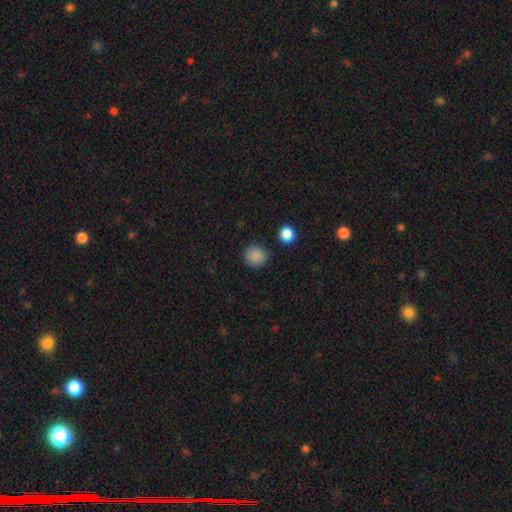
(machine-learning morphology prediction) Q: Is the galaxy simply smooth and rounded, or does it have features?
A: smooth — 87%.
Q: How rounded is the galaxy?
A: round — 91%.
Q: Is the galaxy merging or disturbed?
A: none — 88%.